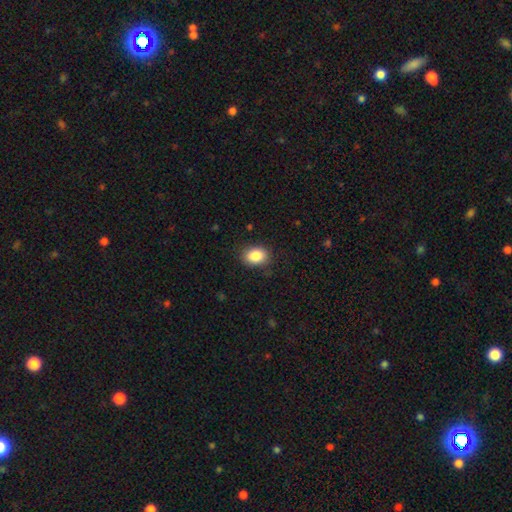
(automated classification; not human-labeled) Smooth or featured? smooth (86%)
How rounded? in between (69%)
Merging? none (84%)